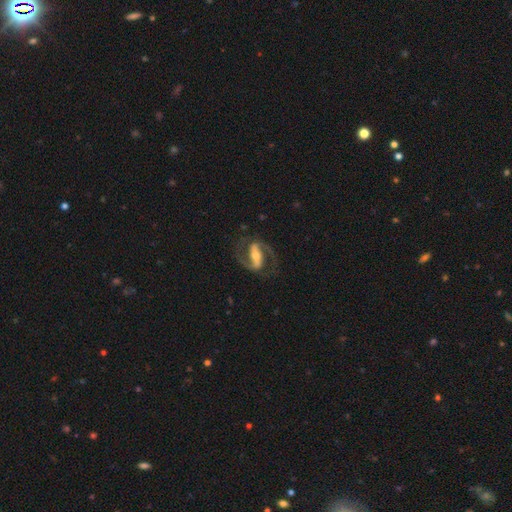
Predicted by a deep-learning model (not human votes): smooth-or-featured: featured or disk: 90% | smooth: 6% | star or artifact: 4%
  disk-edge-on: no: 96% | yes: 4%
    bar: strong: 66% | weak: 23% | no: 11%
    has-spiral-arms: yes: 97% | no: 3%
      spiral-winding: medium: 58% | loose: 24% | tight: 18%
      spiral-arm-count: 2: 93% | can't tell: 2% | 1: 2% | 3: 1% | 4: 1% | more than 4: 1%
    bulge-size: moderate: 53% | small: 37% | large: 6% | none: 2% | dominant: 1%
  merging: none: 79% | minor disturbance: 12% | major disturbance: 8% | merger: 1%